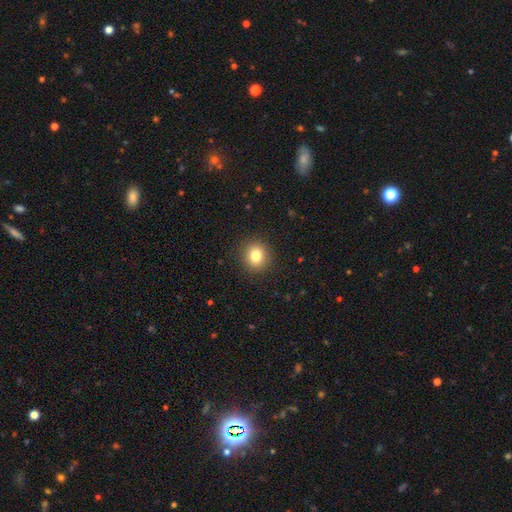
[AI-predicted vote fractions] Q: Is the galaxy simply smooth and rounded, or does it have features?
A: smooth — 81%.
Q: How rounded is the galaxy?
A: round — 86%.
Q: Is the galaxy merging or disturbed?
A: none — 91%.